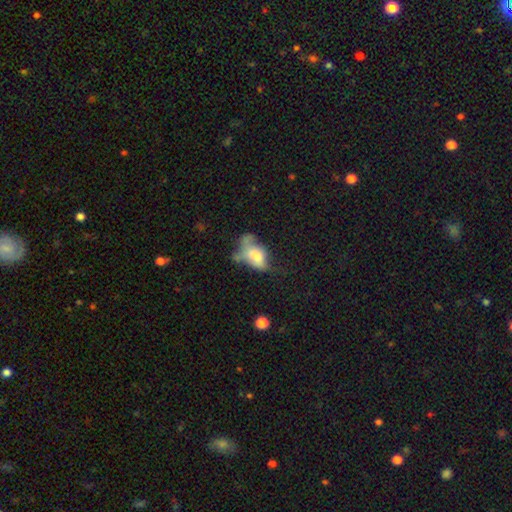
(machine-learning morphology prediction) smooth 58%, featured or disk 32%, star or artifact 10%. Down the decision tree: how rounded — in between (87%); merging — major disturbance (36%).